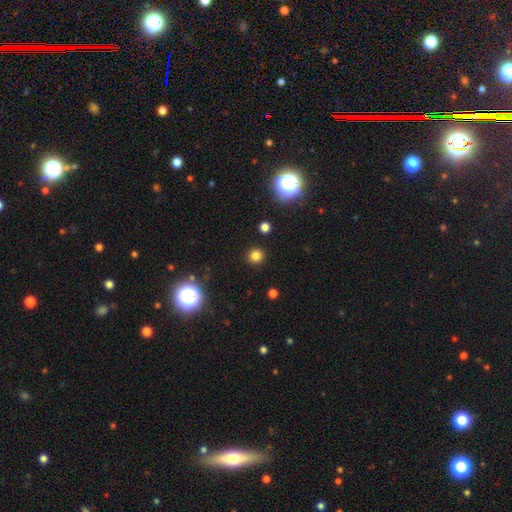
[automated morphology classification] A smooth galaxy with no disk features (78%) that is round (93%).

Vote fractions:
- Smooth or featured? smooth: 78% / star or artifact: 17% / featured or disk: 5%
- How rounded? round: 93% / in between: 6% / cigar-shaped: 1%
- Merging? none: 91% / minor disturbance: 5% / major disturbance: 2% / merger: 2%